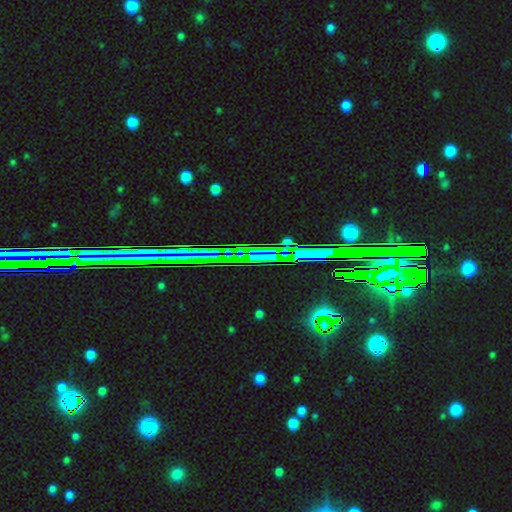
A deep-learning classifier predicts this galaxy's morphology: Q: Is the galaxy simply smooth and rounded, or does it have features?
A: star or artifact — 76%.